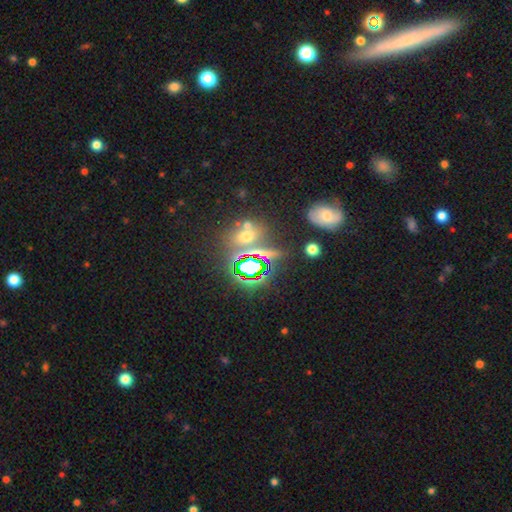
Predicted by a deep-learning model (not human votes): Morphology: type=star or artifact (58%).